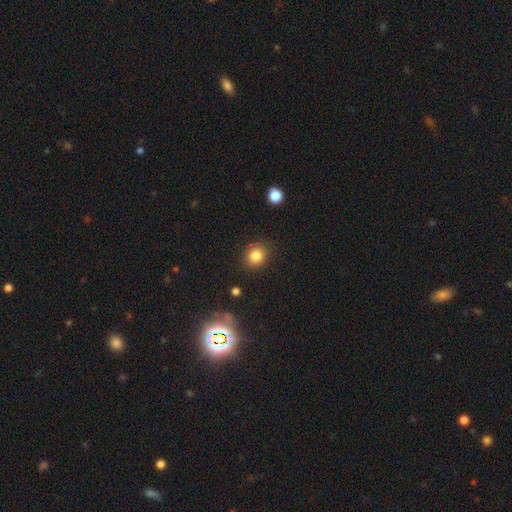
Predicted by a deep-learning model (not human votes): smooth-or-featured: smooth: 82% | star or artifact: 12% | featured or disk: 6%
  how-rounded: round: 78% | in between: 21% | cigar-shaped: 1%
  merging: none: 87% | minor disturbance: 9% | major disturbance: 3% | merger: 1%